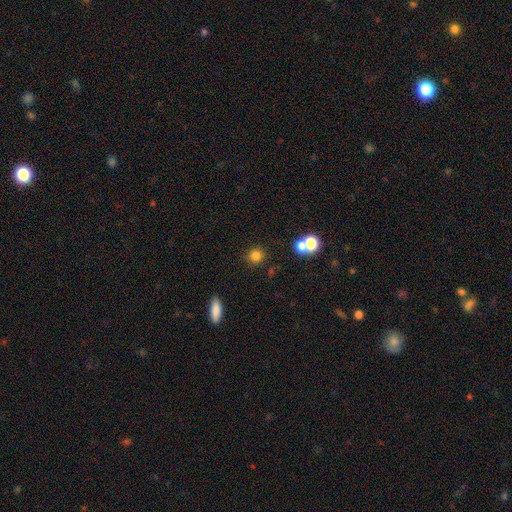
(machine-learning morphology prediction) This appears to be a smooth galaxy with no disk features (79%) that is round (91%). Merging: none (82%).